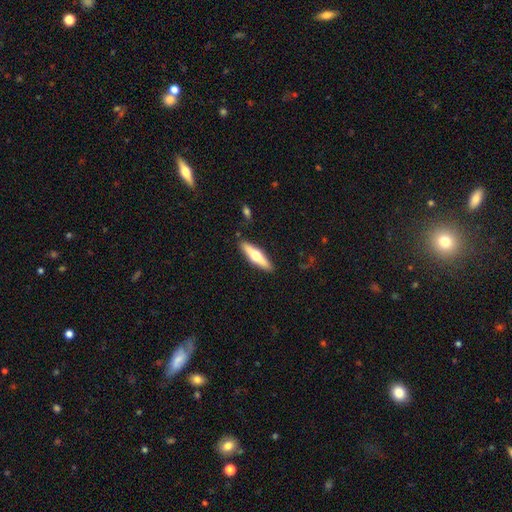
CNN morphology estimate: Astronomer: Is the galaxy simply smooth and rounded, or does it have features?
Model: featured or disk — 51% (runner-up: smooth, 44%).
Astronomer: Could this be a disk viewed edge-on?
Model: yes — 92%.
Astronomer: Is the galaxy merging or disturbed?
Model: none — 89%.